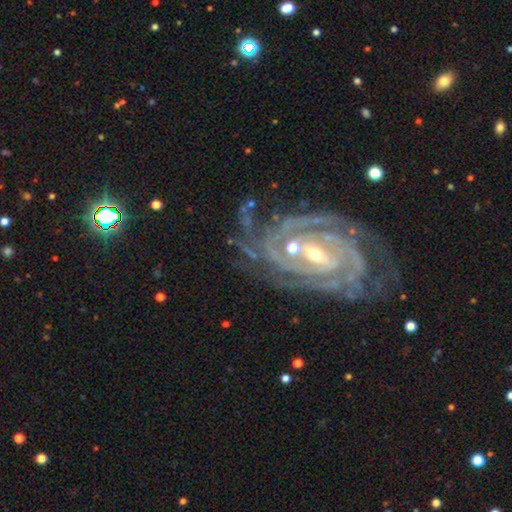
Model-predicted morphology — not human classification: smooth_or_featured: featured or disk (p=0.92) [alt: star or artifact p=0.06]
disk_edge_on: no (p=0.96) [alt: yes p=0.04]
bar: strong (p=0.46) [alt: weak p=0.35]
has_spiral_arms: yes (p=0.99) [alt: no p=0.01]
spiral_winding: tight (p=0.79) [alt: medium p=0.18]
spiral_arm_count: 4 (p=0.27) [alt: 3 p=0.22]
bulge_size: small (p=0.51) [alt: moderate p=0.45]
merging: none (p=0.73) [alt: minor disturbance p=0.17]